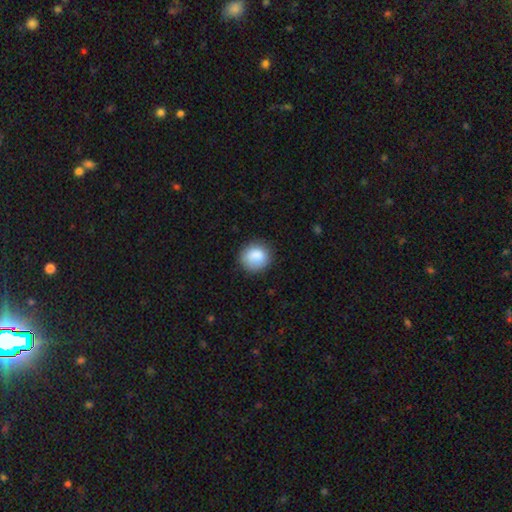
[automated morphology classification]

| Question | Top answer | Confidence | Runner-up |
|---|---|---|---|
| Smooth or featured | smooth | 85% | star or artifact (8%) |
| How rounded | round | 82% | in between (17%) |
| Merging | none | 81% | minor disturbance (14%) |